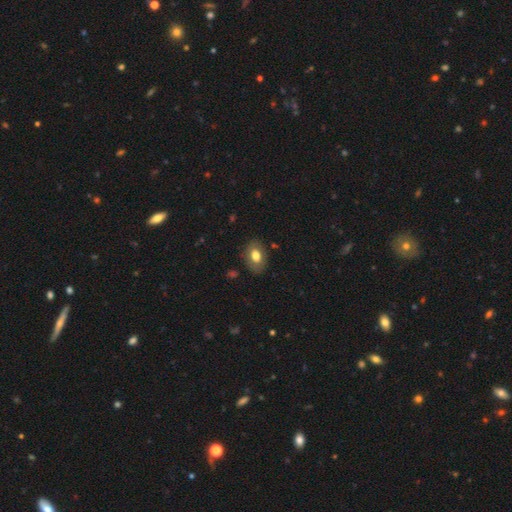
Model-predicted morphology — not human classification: The model was most divided on "smooth or featured": smooth: 72%, featured or disk: 21%, star or artifact: 7%. More confident: how rounded — in between (82%); merging — none (82%).